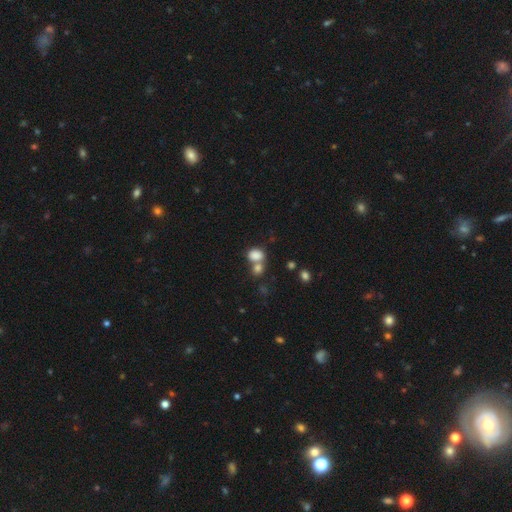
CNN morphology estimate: Smooth or featured? smooth (82%)
How rounded? in between (65%)
Merging? merger (51%)